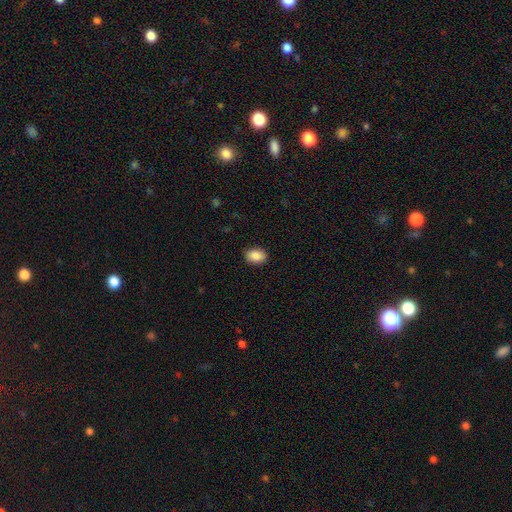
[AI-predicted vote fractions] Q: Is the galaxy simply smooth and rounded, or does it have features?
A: smooth — 88%.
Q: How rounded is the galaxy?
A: in between — 81%.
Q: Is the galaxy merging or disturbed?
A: none — 89%.